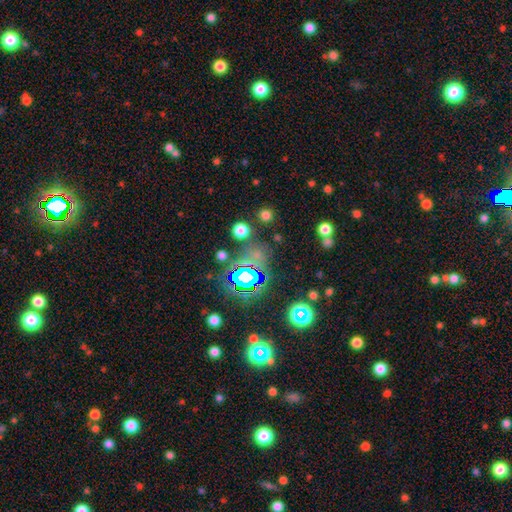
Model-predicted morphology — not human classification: Smooth or featured? star or artifact (56%)